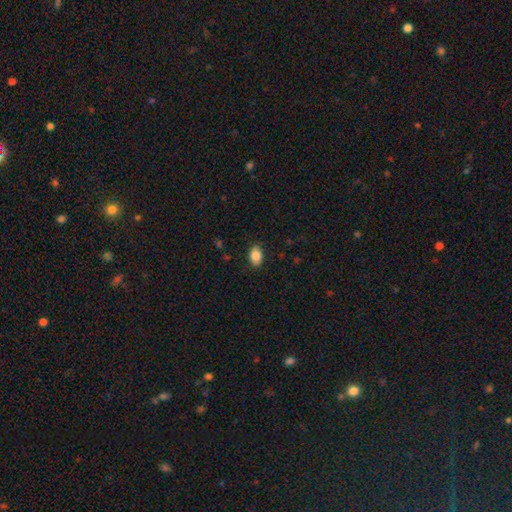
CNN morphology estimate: smooth_or_featured: smooth (p=0.85) [alt: star or artifact p=0.08]
how_rounded: in between (p=0.83) [alt: round p=0.15]
merging: none (p=0.85) [alt: minor disturbance p=0.12]